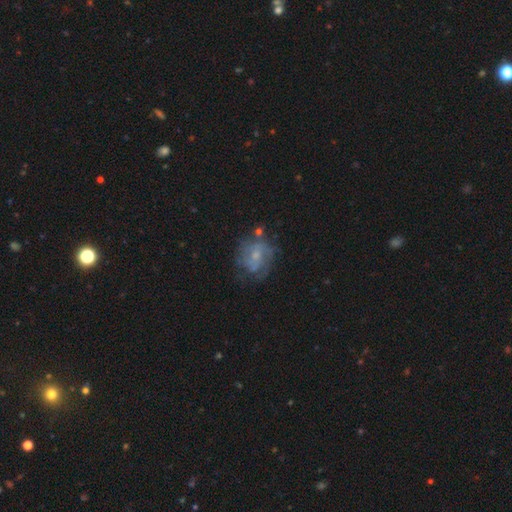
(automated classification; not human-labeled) This is likely a featured or disk galaxy (61%). It is clearly not viewed edge-on (97%). Bar: possibly no (58%). Spiral arm pattern: likely yes (70%). Central bulge: possibly small (55%). Merging: possibly none (58%).